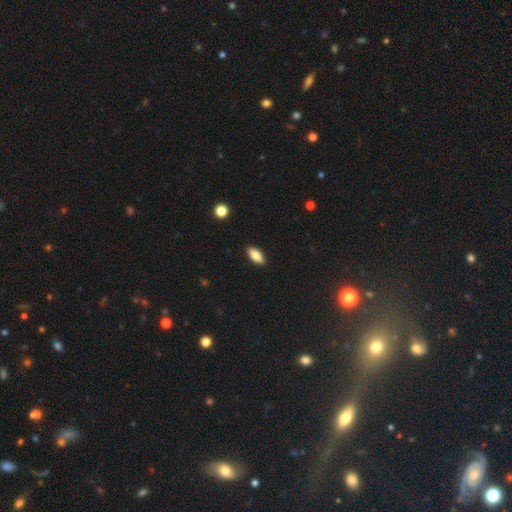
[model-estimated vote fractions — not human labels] Smooth or featured? smooth (79%)
How rounded? in between (86%)
Merging? none (89%)